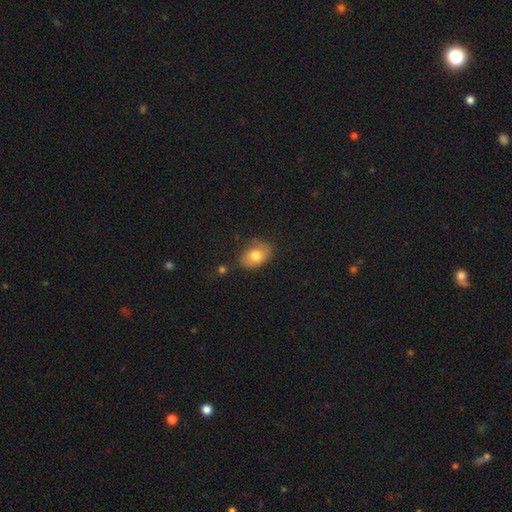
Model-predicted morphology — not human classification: smooth 76%, featured or disk 16%, star or artifact 9%. Down the decision tree: how rounded — in between (80%); merging — none (71%).